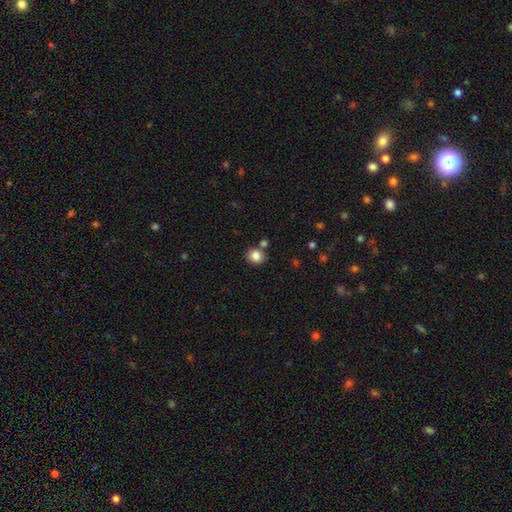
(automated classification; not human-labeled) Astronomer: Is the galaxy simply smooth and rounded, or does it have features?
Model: smooth — 85%.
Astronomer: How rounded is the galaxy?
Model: round — 77%.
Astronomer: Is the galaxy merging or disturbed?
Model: none — 75%.